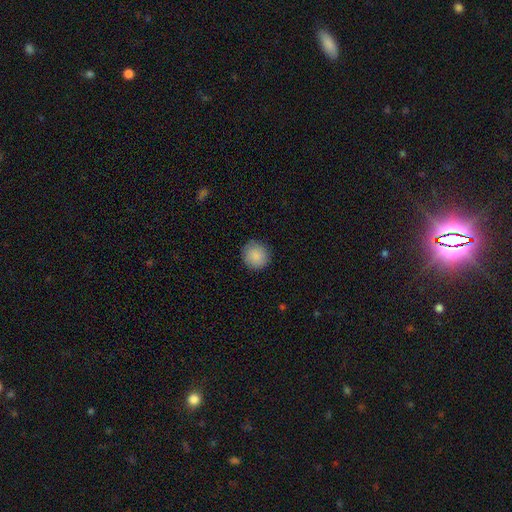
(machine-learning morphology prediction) This is clearly a smooth galaxy (89%). How rounded: clearly round (91%). Merging: clearly none (90%).